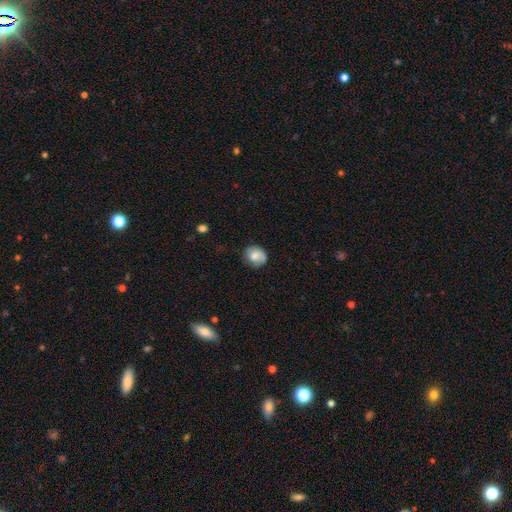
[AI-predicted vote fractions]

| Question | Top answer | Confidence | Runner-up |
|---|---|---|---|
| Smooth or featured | smooth | 71% | featured or disk (21%) |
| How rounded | round | 77% | in between (22%) |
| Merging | none | 71% | minor disturbance (22%) |